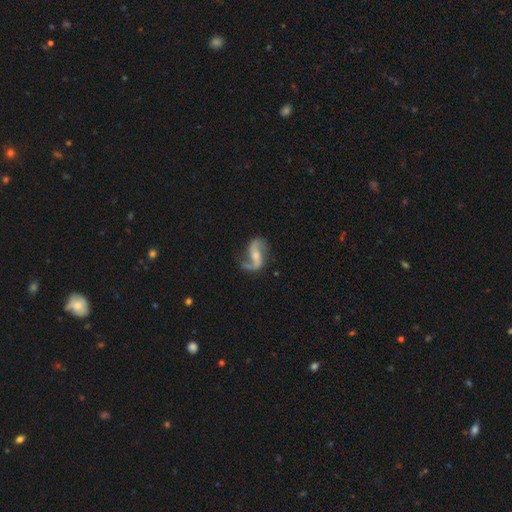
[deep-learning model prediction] featured or disk 86%, smooth 9%, star or artifact 5%. Down the decision tree: edge-on disk — no (97%); bar — weak (40%); spiral arms — yes (95%); spiral arm count — 2 (89%); spiral winding — loose (68%); bulge size — moderate (43%); merging — none (67%).